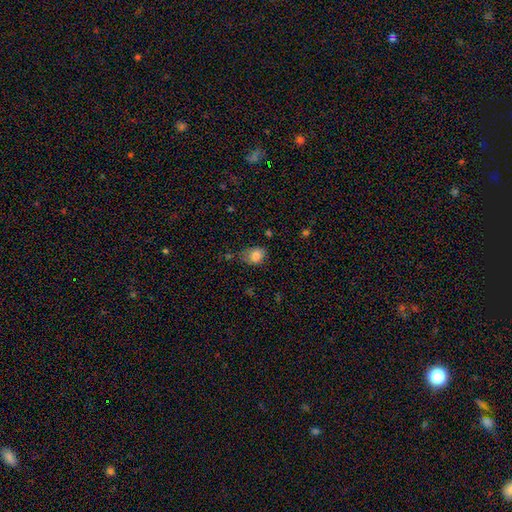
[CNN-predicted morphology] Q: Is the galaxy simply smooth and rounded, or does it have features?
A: smooth — 84%.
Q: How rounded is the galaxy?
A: in between — 54%.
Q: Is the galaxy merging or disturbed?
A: none — 51%.